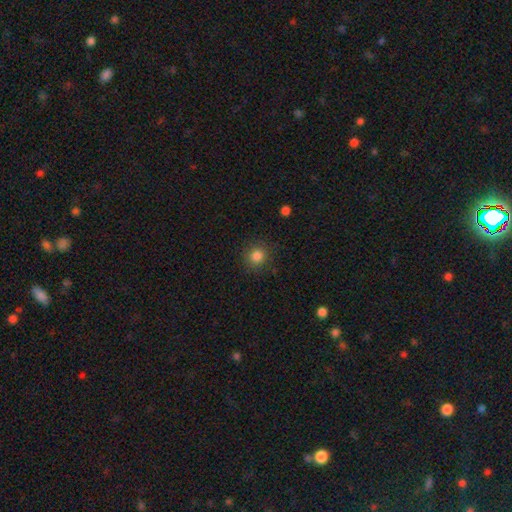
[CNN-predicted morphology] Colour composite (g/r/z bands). It shows a smooth galaxy with no disk features (84%) that is round (90%). Merging: none (88%).